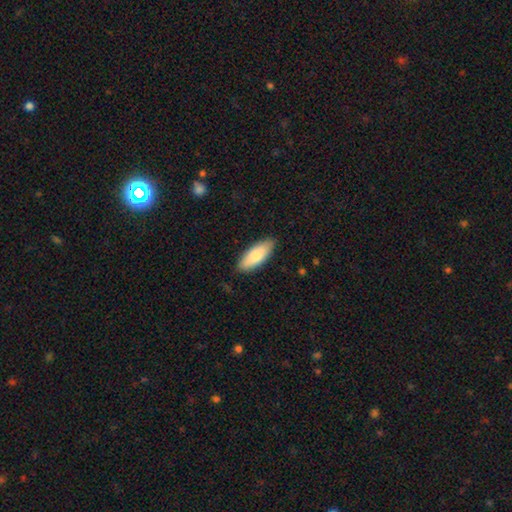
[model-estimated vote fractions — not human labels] This is clearly a smooth galaxy (80%). How rounded: likely in between (77%). Merging: clearly none (85%).